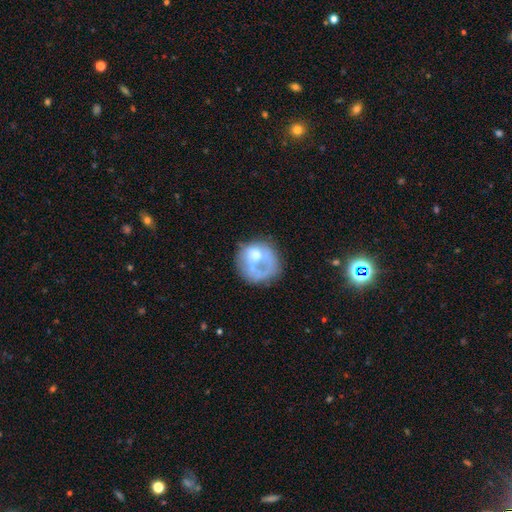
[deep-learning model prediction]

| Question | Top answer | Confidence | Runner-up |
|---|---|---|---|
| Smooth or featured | featured or disk | 50% | smooth (42%) |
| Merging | none | 39% | major disturbance (32%) |